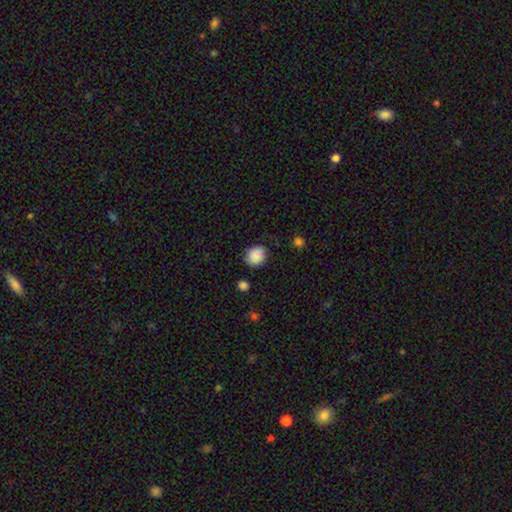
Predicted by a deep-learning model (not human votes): The model was most divided on "how rounded": round: 71%, in between: 28%, cigar-shaped: 1%. More confident: smooth or featured — smooth (88%); merging — none (82%).